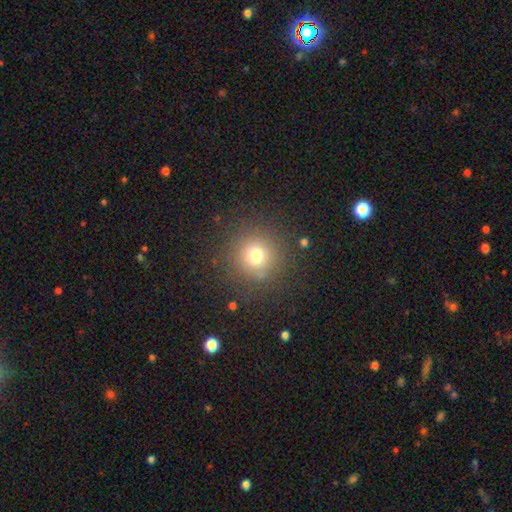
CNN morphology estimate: This appears to be a smooth galaxy with no disk features (73%) that is round (94%). Merging: none (86%).